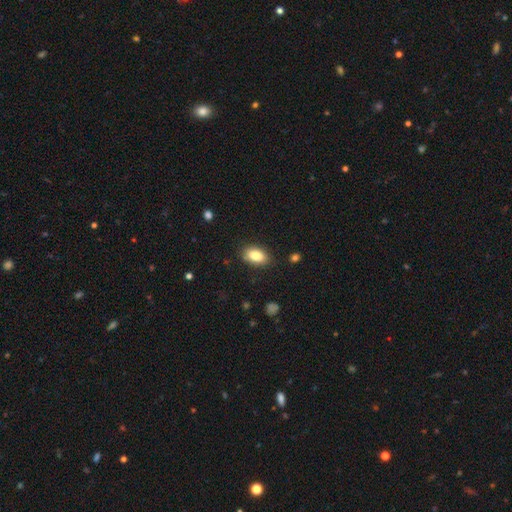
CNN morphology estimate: Q: Smooth or featured?
A: smooth (84%); runner-up: featured or disk (8%)
Q: How rounded?
A: in between (91%); runner-up: round (6%)
Q: Merging?
A: none (86%); runner-up: minor disturbance (11%)